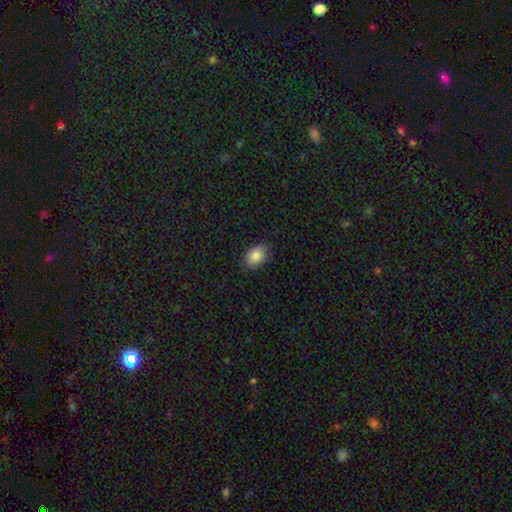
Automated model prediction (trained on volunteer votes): Smooth or featured: smooth — 85% (star or artifact — 8%)
How rounded: in between — 77% (round — 22%)
Merging: none — 82% (minor disturbance — 15%)